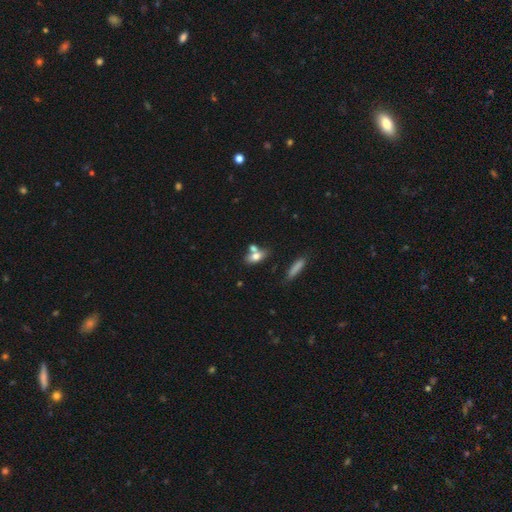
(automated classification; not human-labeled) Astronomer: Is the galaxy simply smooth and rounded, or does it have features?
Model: smooth — 70%.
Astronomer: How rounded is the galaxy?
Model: in between — 74%.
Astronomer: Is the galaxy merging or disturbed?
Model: none — 47% (runner-up: merger, 36%).